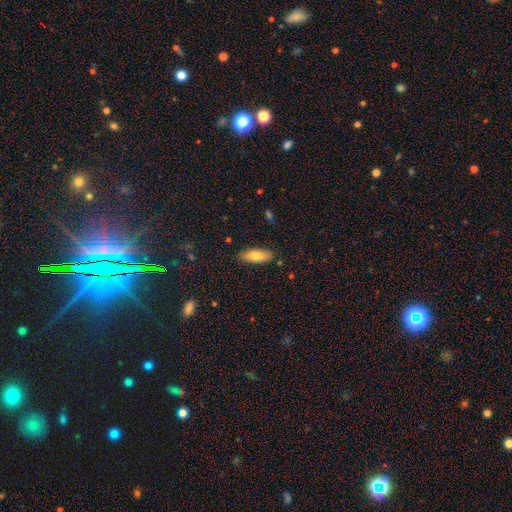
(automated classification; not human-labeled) Morphology: type=smooth (76%); roundness=in between (74%); merging=none (85%).